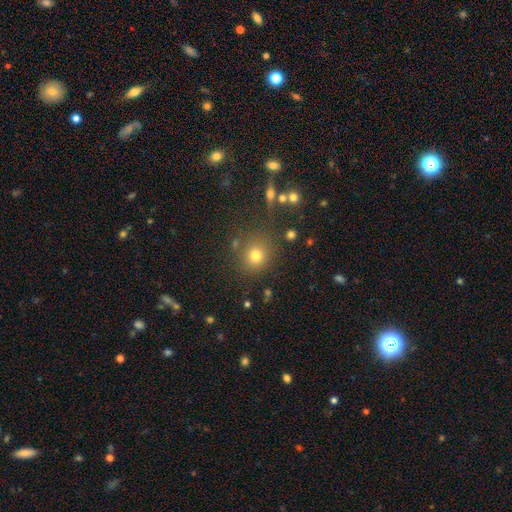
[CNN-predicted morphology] This is likely a smooth galaxy (73%). How rounded: clearly round (87%). Merging: likely none (80%).